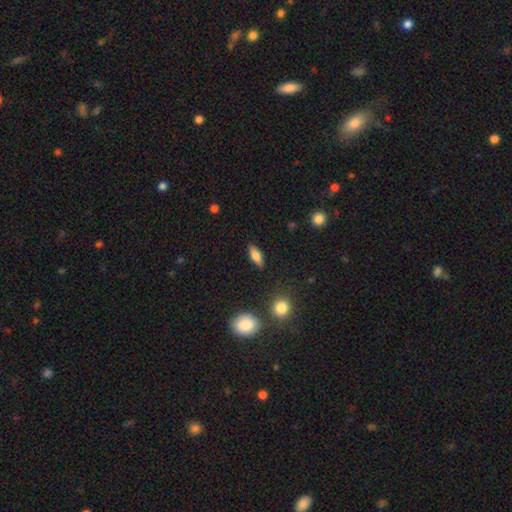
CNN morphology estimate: type=smooth (67%); roundness=in between (69%); merging=none (86%).